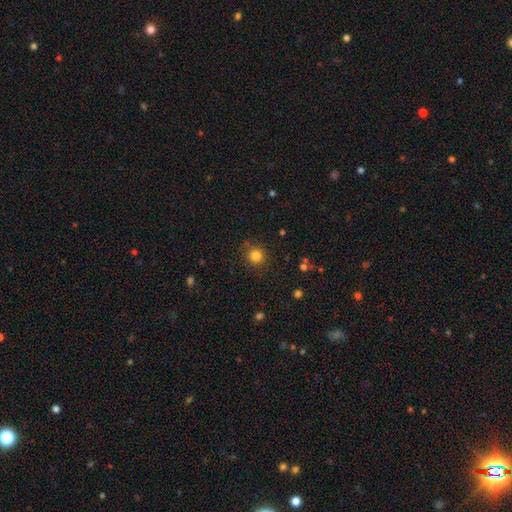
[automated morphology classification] smooth_or_featured: smooth (p=0.83) [alt: star or artifact p=0.12]
how_rounded: round (p=0.93) [alt: in between p=0.06]
merging: none (p=0.87) [alt: minor disturbance p=0.08]